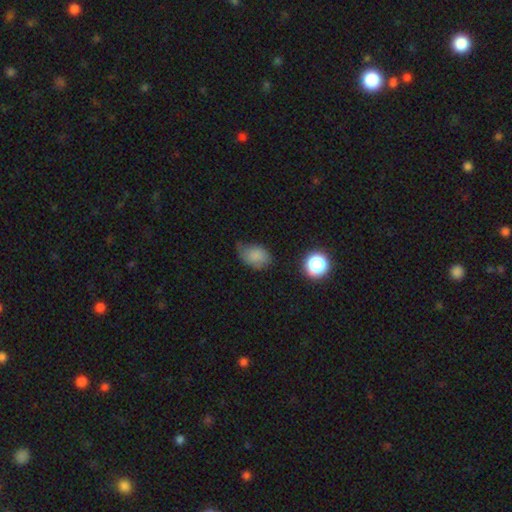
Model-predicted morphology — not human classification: Smooth or featured? smooth (79%)
How rounded? in between (75%)
Merging? minor disturbance (42%)